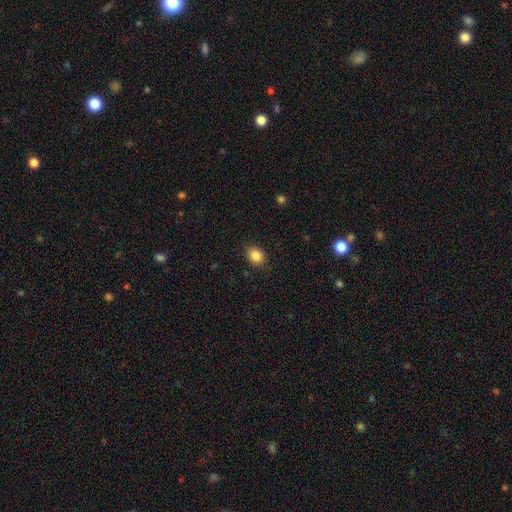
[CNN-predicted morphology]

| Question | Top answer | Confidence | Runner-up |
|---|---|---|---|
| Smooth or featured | smooth | 86% | star or artifact (9%) |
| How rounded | round | 50% | in between (49%) |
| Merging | none | 87% | minor disturbance (9%) |